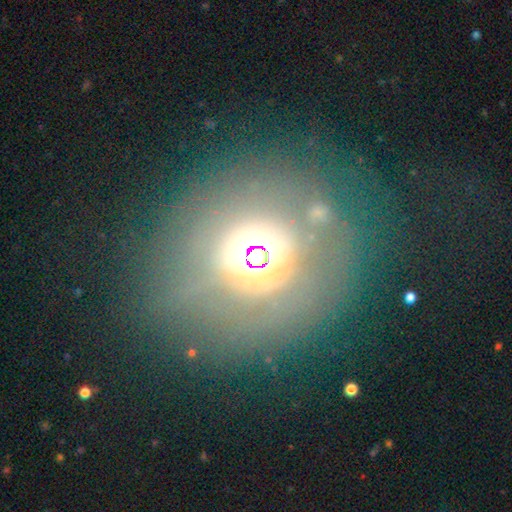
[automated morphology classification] Q: Smooth or featured?
A: smooth (42%); runner-up: featured or disk (30%)
Q: Merging?
A: none (69%); runner-up: minor disturbance (13%)